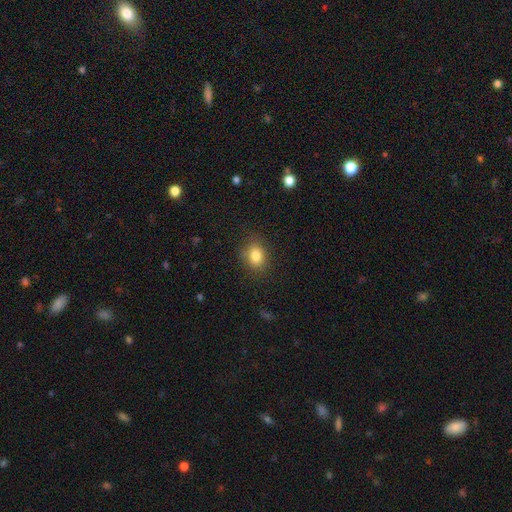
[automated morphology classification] smooth 83%, star or artifact 11%, featured or disk 6%. Down the decision tree: how rounded — round (51%); merging — none (83%).